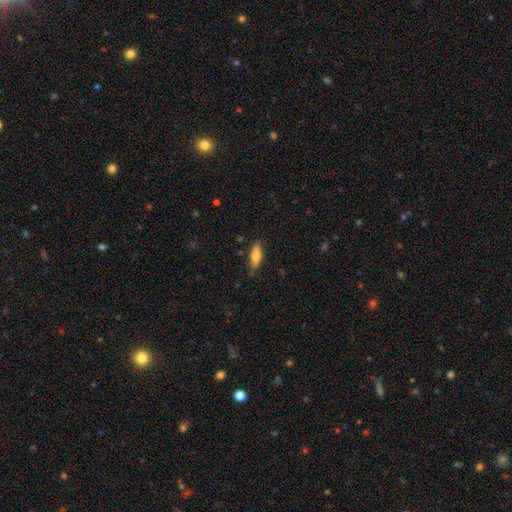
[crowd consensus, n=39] Morphology: type=smooth (69%); roundness=cigar-shaped (52%); merging=none (66%).